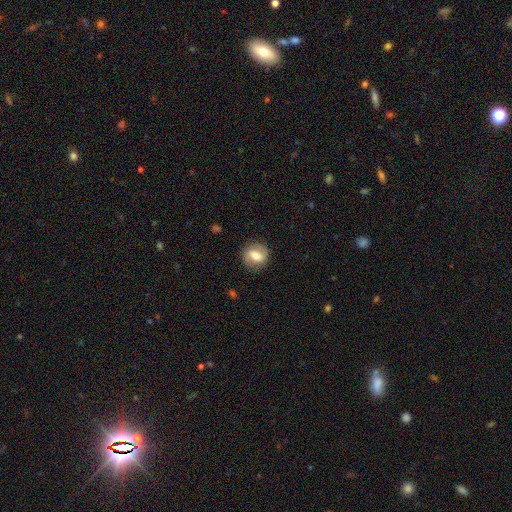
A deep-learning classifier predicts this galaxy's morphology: Overall: featured or disk (54%; smooth 39%). Edge-on disk: no (96%). Bar: weak (45%; strong 33%). Spiral arms: yes (75%). Bulge size: moderate (64%). Merging: none (83%).